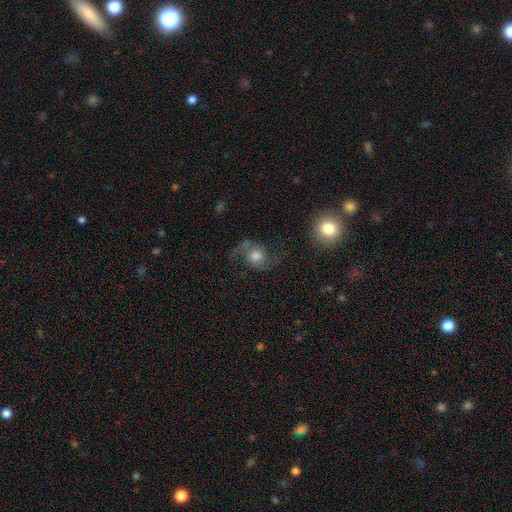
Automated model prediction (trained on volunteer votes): The model was most divided on "bulge size": moderate: 56%, large: 25%, small: 12%, dominant: 4%, none: 3%. More confident: edge-on disk — no (97%); spiral arms — yes (95%); spiral arm count — 2 (93%); smooth or featured — featured or disk (75%); bar — no (74%); merging — none (69%); spiral winding — loose (66%).